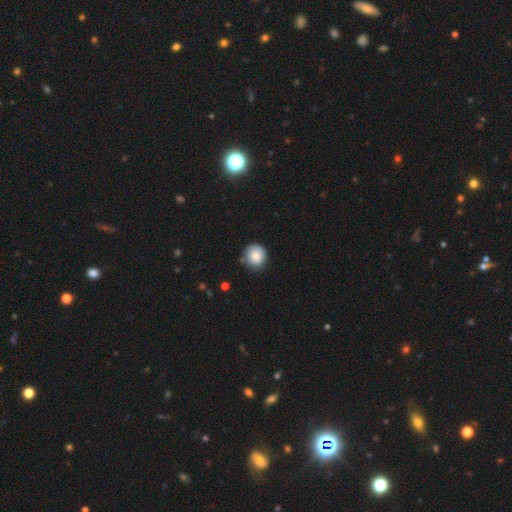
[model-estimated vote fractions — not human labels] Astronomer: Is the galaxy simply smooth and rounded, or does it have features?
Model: smooth — 84%.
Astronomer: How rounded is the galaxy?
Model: round — 90%.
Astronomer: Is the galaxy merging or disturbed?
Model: none — 78%.